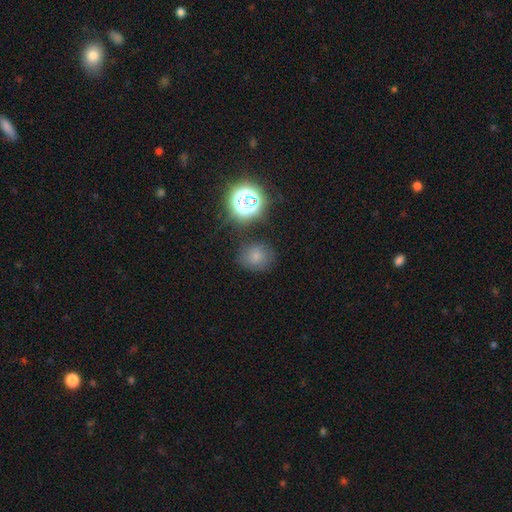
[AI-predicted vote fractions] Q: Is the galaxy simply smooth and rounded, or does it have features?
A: smooth — 71%.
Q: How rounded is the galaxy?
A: round — 77%.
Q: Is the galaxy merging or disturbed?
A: none — 76%.